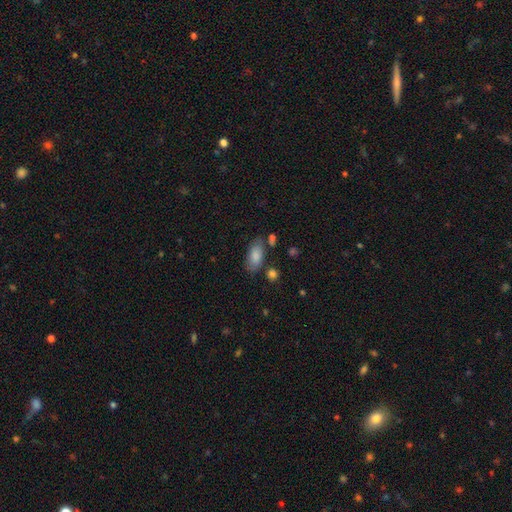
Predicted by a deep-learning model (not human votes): The model was most divided on "merging": none: 72%, minor disturbance: 17%, merger: 6%, major disturbance: 5%. More confident: how rounded — in between (90%); smooth or featured — smooth (83%).